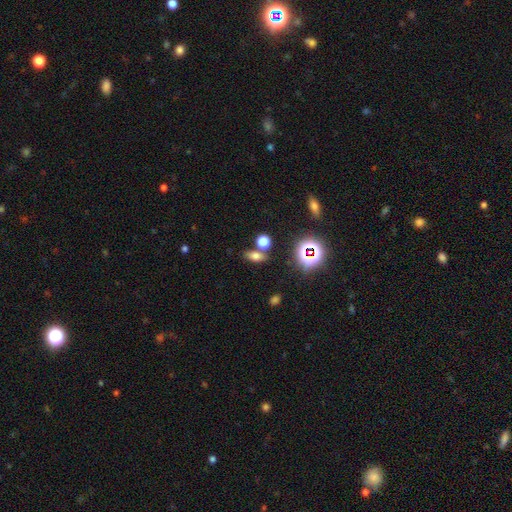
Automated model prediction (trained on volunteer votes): A smooth galaxy with no disk features (63%) that is in between round and cigar-shaped (71%). Merging: none (71%).